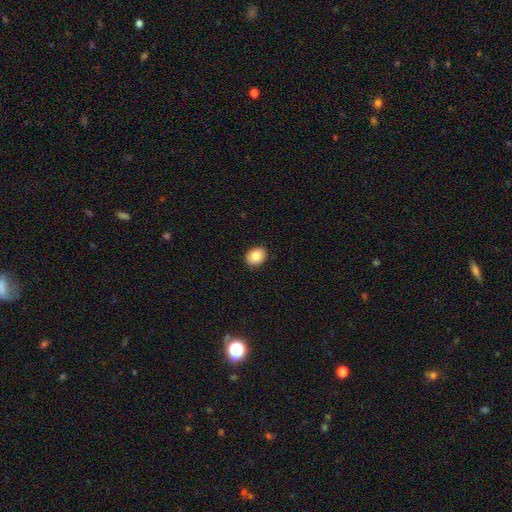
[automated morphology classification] smooth-or-featured: smooth: 83% | featured or disk: 9% | star or artifact: 8%
  how-rounded: in between: 58% | round: 41% | cigar-shaped: 1%
  merging: none: 90% | minor disturbance: 7% | major disturbance: 2% | merger: 1%